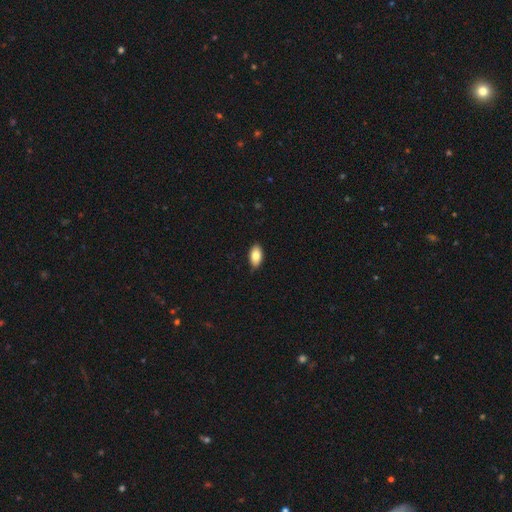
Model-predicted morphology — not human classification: The model was most divided on "smooth or featured": smooth: 83%, featured or disk: 10%, star or artifact: 7%. More confident: how rounded — in between (93%); merging — none (88%).